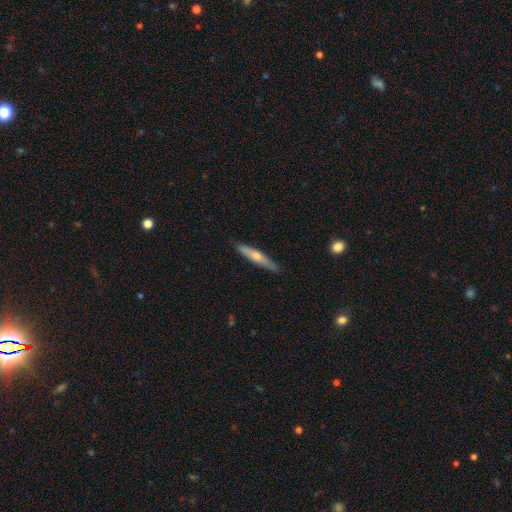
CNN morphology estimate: This is possibly a featured or disk galaxy (56%). It is clearly viewed edge-on (92%). Edge-on bulge: clearly rounded (83%). Merging: clearly none (87%).